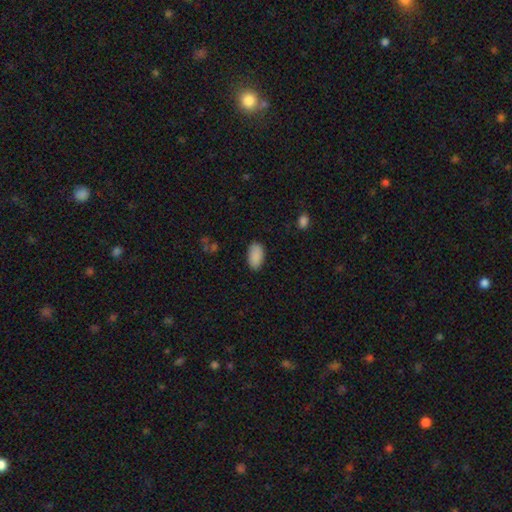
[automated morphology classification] Smooth or featured? Predicted: smooth (p=0.89). How rounded? Predicted: in between (p=0.94). Merging? Predicted: none (p=0.85).